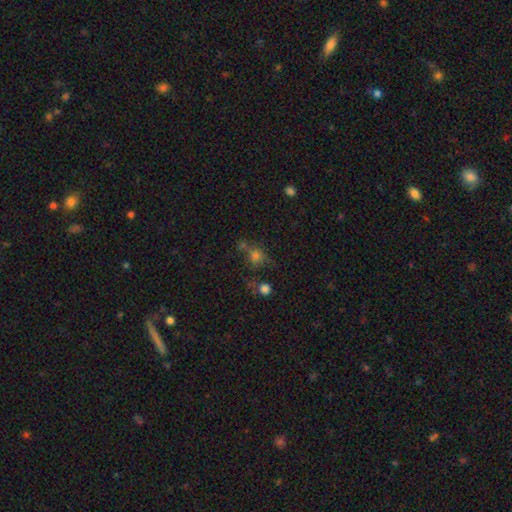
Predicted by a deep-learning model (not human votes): This appears to be a smooth galaxy with no disk features (67%) that is round (81%). Merging: none (51%).